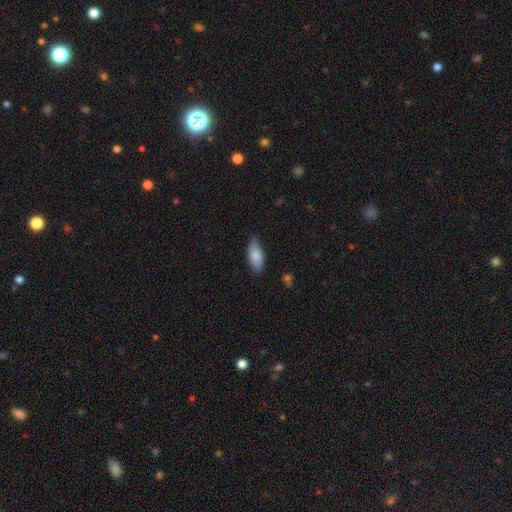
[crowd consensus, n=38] This is clearly a smooth galaxy (92%). How rounded: clearly in between (80%). Merging: likely none (63%).